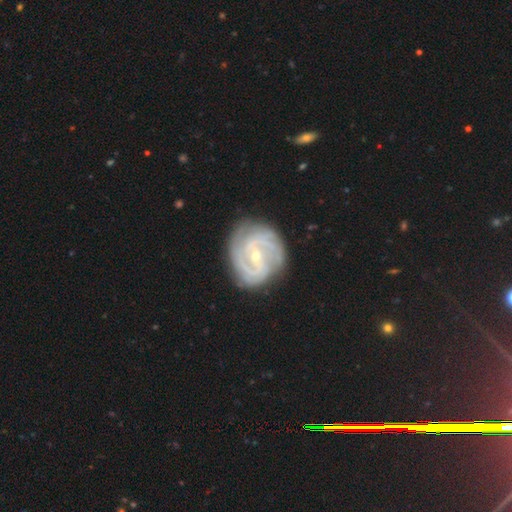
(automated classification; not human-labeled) Overall: featured or disk (88%). Edge-on disk: no (97%). Bar: weak (47%; no 31%). Spiral arms: yes (97%). Spiral arm count: 2 (41%; 3 22%). Spiral winding: tight (55%; medium 37%). Bulge size: small (67%; moderate 30%). Merging: none (79%).